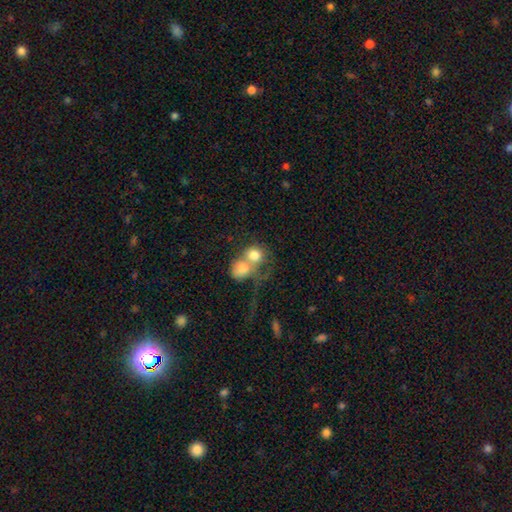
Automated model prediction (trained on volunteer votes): Overall: smooth (73%). How rounded: round (70%). Merging: merger (70%).